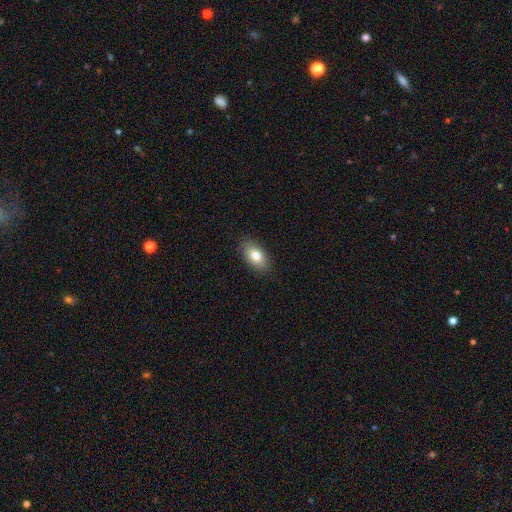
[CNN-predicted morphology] The model was most divided on "smooth or featured": smooth: 81%, featured or disk: 12%, star or artifact: 8%. More confident: how rounded — in between (91%); merging — none (87%).